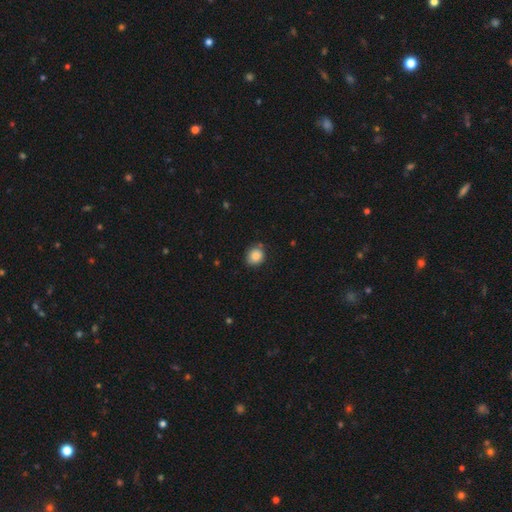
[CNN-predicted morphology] type=smooth (86%); roundness=round (70%); merging=none (77%).